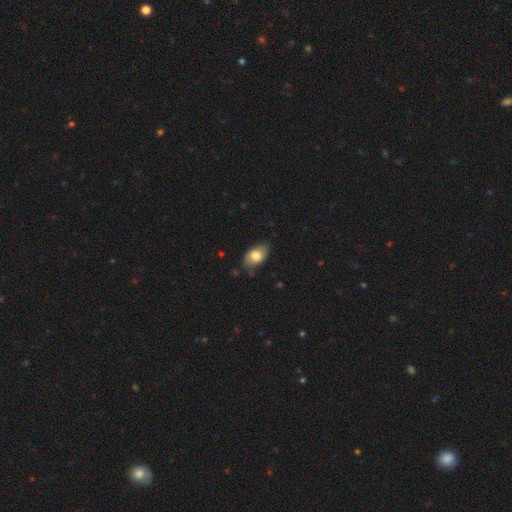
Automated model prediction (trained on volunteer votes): Smooth or featured? smooth (77%)
How rounded? in between (91%)
Merging? none (68%)